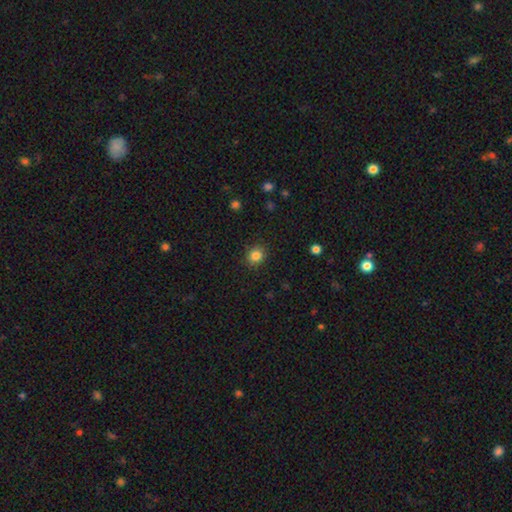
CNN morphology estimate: Smooth or featured: smooth — 84% (star or artifact — 11%)
How rounded: round — 78% (in between — 21%)
Merging: none — 89% (minor disturbance — 8%)